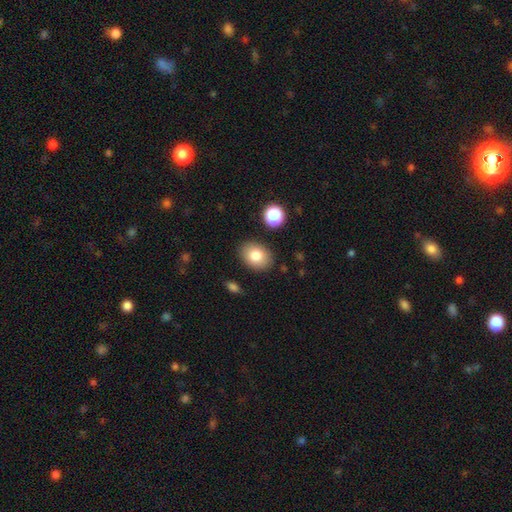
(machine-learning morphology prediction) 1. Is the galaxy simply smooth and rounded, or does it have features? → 80% smooth, 11% featured or disk, 9% star or artifact.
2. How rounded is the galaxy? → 71% in between, 28% round, 1% cigar-shaped.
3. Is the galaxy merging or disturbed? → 86% none, 10% minor disturbance, 3% major disturbance, 2% merger.